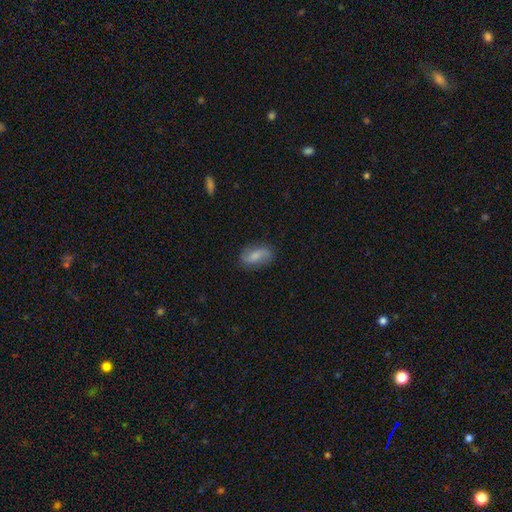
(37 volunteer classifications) Smooth or featured? 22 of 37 (59%) said smooth. How rounded? 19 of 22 (86%) said in between. Merging? 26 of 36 (72%) said none.